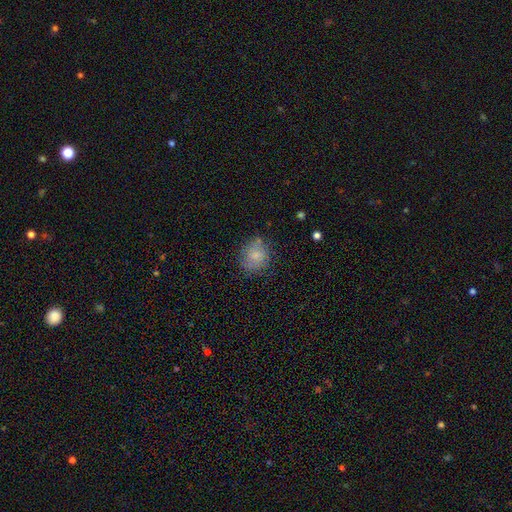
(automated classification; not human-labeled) A smooth galaxy with no disk features (76%) that is round (72%).

Vote fractions:
- Smooth or featured? smooth: 76% / featured or disk: 16% / star or artifact: 9%
- How rounded? round: 72% / in between: 27% / cigar-shaped: 1%
- Merging? none: 71% / minor disturbance: 20% / major disturbance: 6% / merger: 3%